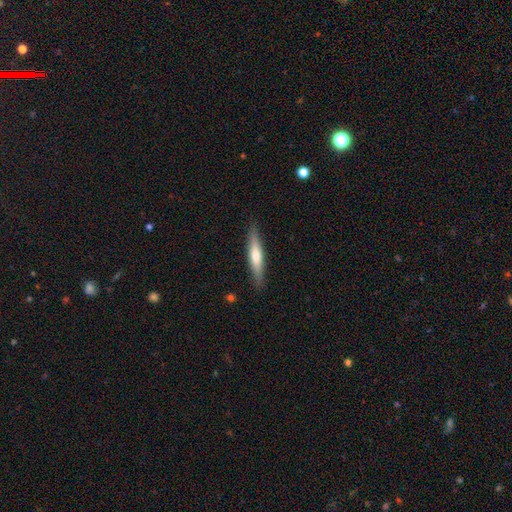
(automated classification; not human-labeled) This is possibly a smooth galaxy (56%). How rounded: clearly cigar-shaped (89%). Merging: clearly none (89%).